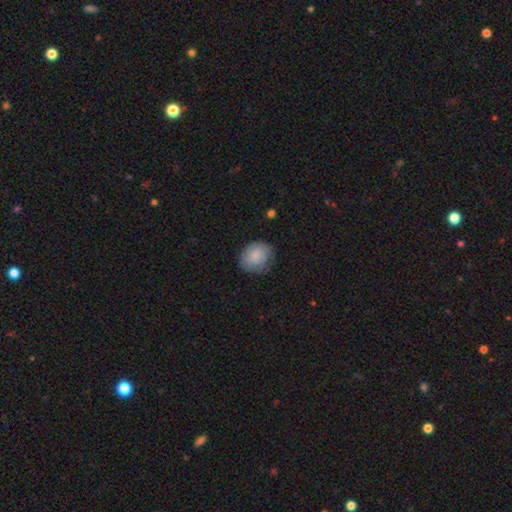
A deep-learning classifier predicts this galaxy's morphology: smooth-or-featured: smooth: 79% | featured or disk: 14% | star or artifact: 7%
  how-rounded: round: 68% | in between: 31% | cigar-shaped: 1%
  merging: none: 70% | minor disturbance: 23% | major disturbance: 6% | merger: 1%